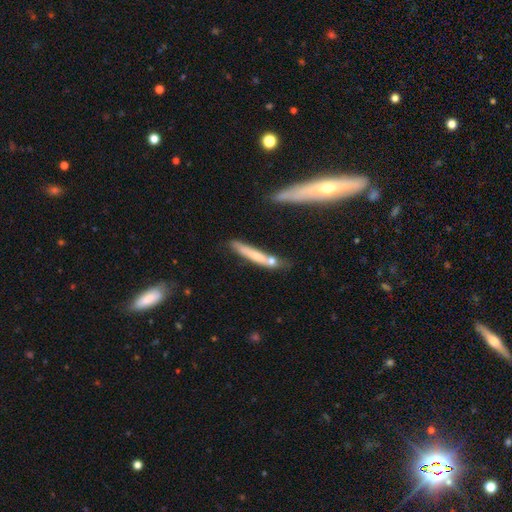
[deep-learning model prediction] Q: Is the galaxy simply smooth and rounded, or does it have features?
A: smooth — 61%.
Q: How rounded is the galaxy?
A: cigar-shaped — 92%.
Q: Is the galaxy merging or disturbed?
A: none — 61%.